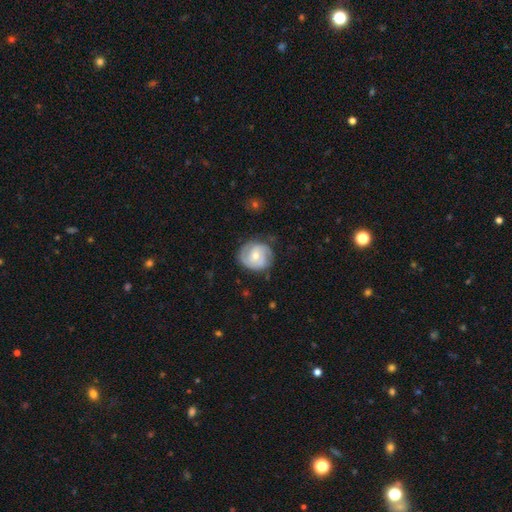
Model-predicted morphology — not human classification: type=featured or disk (75%); edge-on=no (98%); bar=no (59%); spiral arms=yes (92%); winding=tight (55%); arm count=2 (64%); bulge=moderate (54%); merging=none (75%).